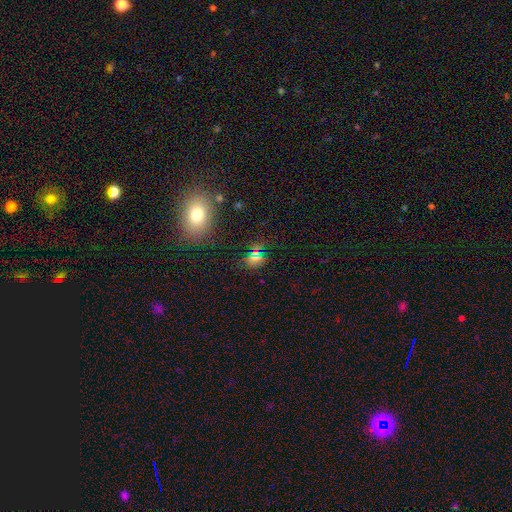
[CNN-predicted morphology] smooth-or-featured: smooth: 51% | star or artifact: 40% | featured or disk: 9%
  how-rounded: in between: 48% | round: 47% | cigar-shaped: 5%
  merging: none: 79% | minor disturbance: 12% | major disturbance: 6% | merger: 4%